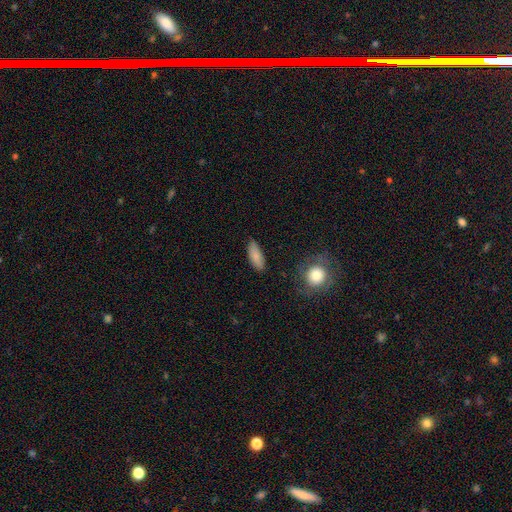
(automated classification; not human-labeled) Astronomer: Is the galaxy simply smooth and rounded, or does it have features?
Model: smooth — 84%.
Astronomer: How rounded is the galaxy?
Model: in between — 76%.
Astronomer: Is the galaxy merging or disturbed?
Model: none — 82%.